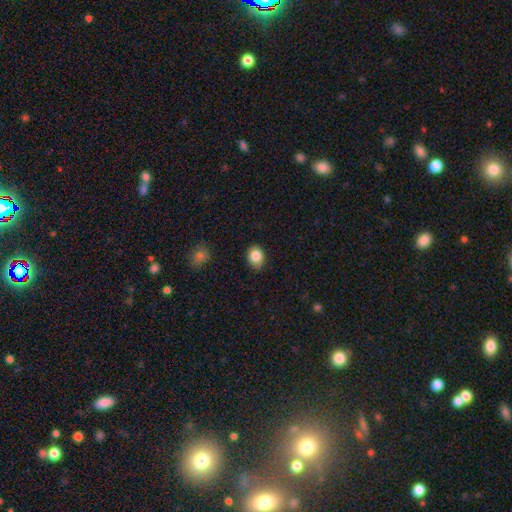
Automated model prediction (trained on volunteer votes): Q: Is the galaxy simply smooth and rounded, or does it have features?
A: smooth — 85%.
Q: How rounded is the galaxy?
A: in between — 59%.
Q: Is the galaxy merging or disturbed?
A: none — 82%.